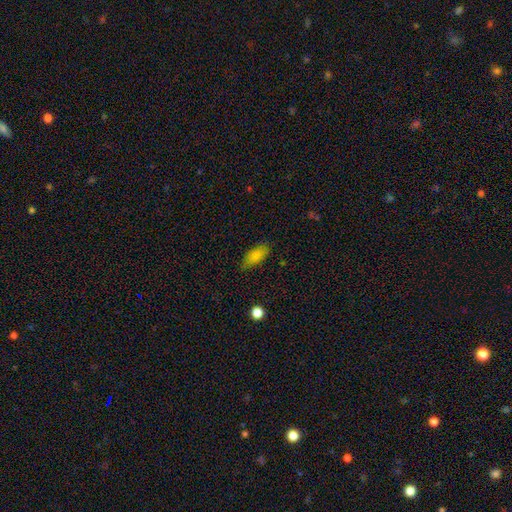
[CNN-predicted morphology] smooth_or_featured: smooth (p=0.84) [alt: star or artifact p=0.08]
how_rounded: in between (p=0.84) [alt: cigar-shaped p=0.14]
merging: none (p=0.79) [alt: minor disturbance p=0.16]